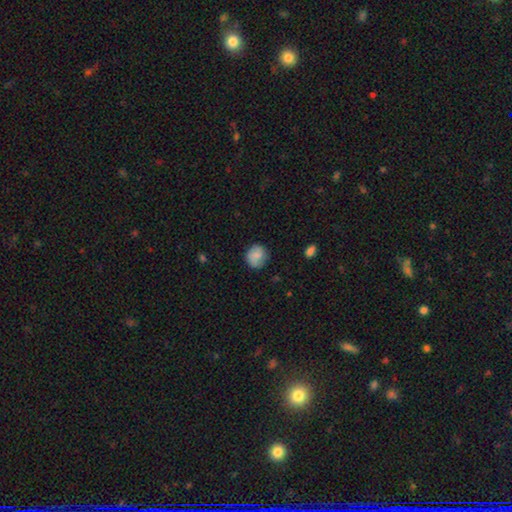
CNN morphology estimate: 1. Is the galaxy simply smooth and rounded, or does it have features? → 75% smooth, 17% featured or disk, 8% star or artifact.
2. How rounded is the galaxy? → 85% round, 14% in between, 1% cigar-shaped.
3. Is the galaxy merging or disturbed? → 78% none, 16% minor disturbance, 4% major disturbance, 1% merger.